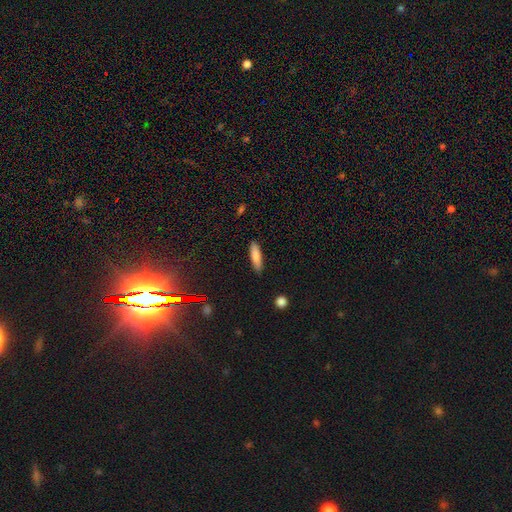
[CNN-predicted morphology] Q: Smooth or featured?
A: smooth (80%); runner-up: featured or disk (13%)
Q: How rounded?
A: cigar-shaped (69%); runner-up: in between (29%)
Q: Merging?
A: none (88%); runner-up: minor disturbance (8%)